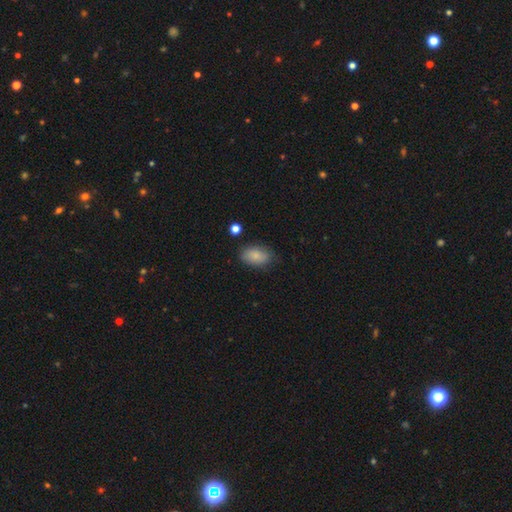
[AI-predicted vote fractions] Smooth or featured? Predicted: smooth (p=0.83). How rounded? Predicted: in between (p=0.89). Merging? Predicted: none (p=0.79).